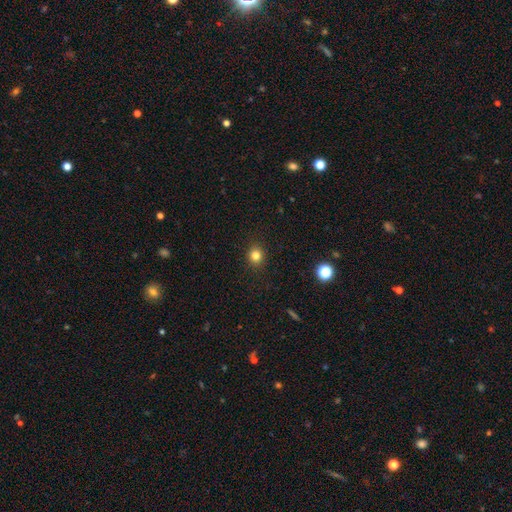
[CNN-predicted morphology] A smooth galaxy with no disk features (82%) that is round (84%).

Vote fractions:
- Smooth or featured? smooth: 82% / star or artifact: 13% / featured or disk: 5%
- How rounded? round: 84% / in between: 15% / cigar-shaped: 1%
- Merging? none: 91% / minor disturbance: 6% / major disturbance: 2% / merger: 1%